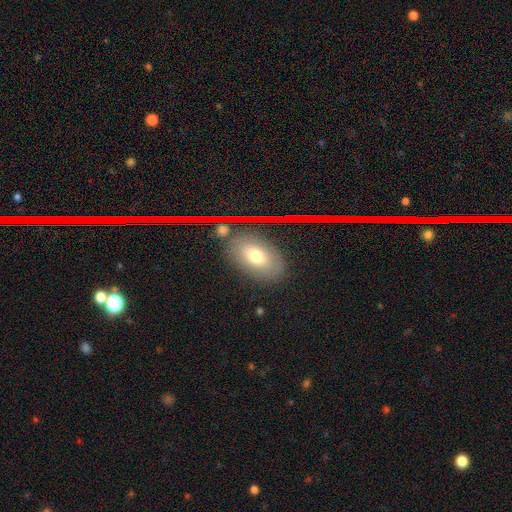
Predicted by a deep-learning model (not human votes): This appears to be a smooth galaxy with no disk features (70%) that is in between round and cigar-shaped (86%). Merging: none (81%).